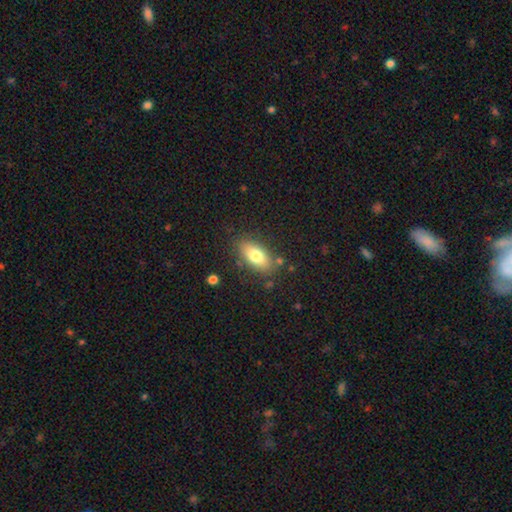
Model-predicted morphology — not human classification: Q: Smooth or featured?
A: smooth (76%); runner-up: featured or disk (16%)
Q: How rounded?
A: in between (88%); runner-up: cigar-shaped (8%)
Q: Merging?
A: none (81%); runner-up: minor disturbance (13%)